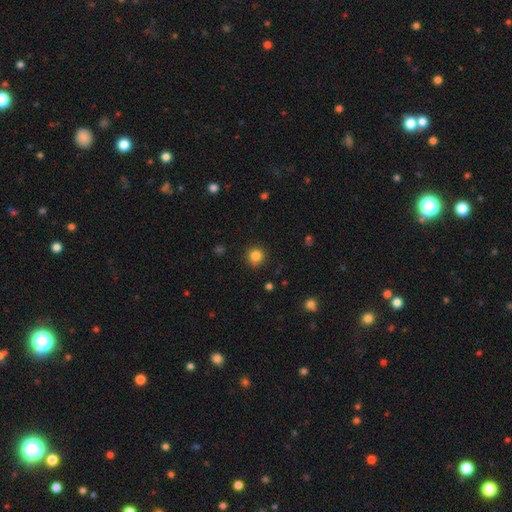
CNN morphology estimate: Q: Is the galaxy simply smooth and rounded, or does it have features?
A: smooth — 84%.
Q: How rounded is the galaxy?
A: round — 94%.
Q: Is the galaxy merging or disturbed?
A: none — 90%.